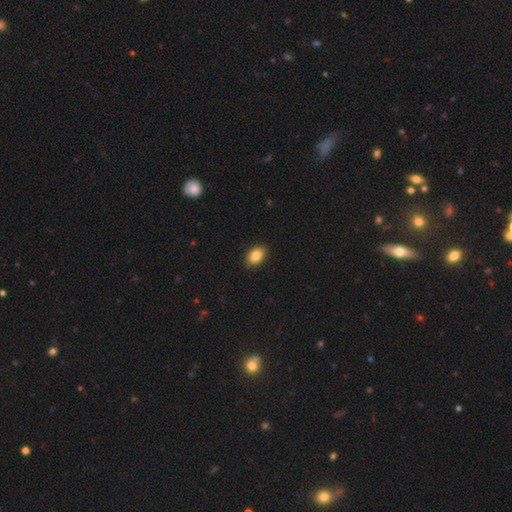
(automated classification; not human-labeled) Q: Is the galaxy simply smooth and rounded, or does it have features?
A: smooth — 85%.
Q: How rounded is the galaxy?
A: in between — 87%.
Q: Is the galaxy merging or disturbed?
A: none — 90%.